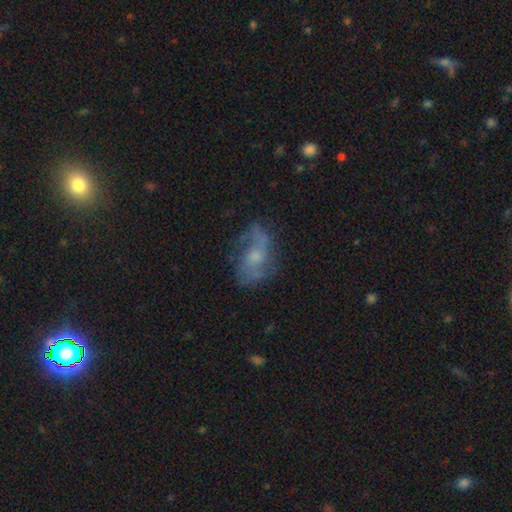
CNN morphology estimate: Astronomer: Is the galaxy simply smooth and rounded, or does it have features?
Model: featured or disk — 73%.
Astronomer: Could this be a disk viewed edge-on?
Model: no — 95%.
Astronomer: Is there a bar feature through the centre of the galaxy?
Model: no — 60%.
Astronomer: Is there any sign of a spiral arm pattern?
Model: yes — 88%.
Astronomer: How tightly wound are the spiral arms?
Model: loose — 57% (runner-up: medium, 33%).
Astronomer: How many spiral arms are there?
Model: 2 — 79%.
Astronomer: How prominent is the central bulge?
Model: small — 42%, tied with moderate at 42%.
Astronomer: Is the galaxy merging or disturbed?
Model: none — 62%.